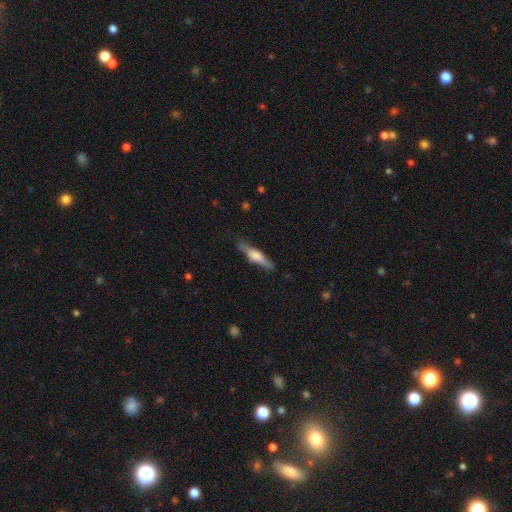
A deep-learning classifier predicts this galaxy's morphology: The model was most divided on "smooth or featured": smooth: 49%, featured or disk: 45%, star or artifact: 6%. More confident: merging — none (79%).